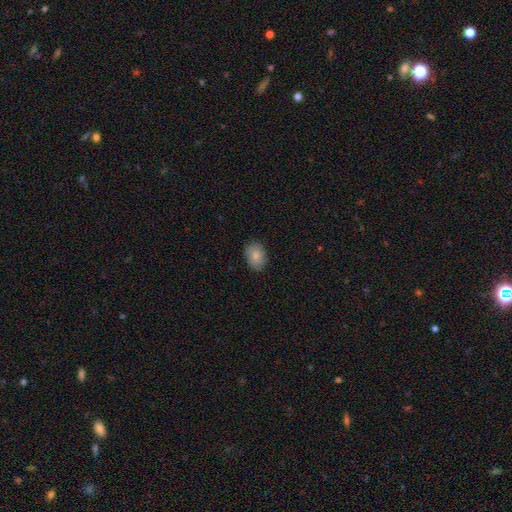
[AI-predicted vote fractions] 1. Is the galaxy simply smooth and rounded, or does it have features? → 83% smooth, 9% featured or disk, 8% star or artifact.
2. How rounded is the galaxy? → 74% in between, 25% round, 1% cigar-shaped.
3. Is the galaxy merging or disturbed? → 85% none, 12% minor disturbance, 2% major disturbance, 1% merger.